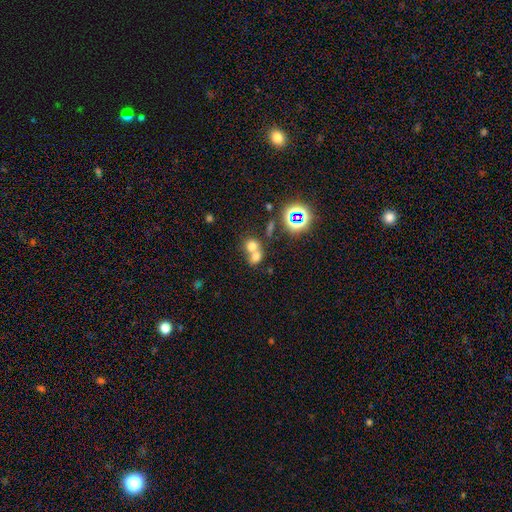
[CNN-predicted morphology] A smooth galaxy with no disk features (65%) that is round (63%).

Vote fractions:
- Smooth or featured? smooth: 65% / star or artifact: 21% / featured or disk: 14%
- How rounded? round: 63% / in between: 36% / cigar-shaped: 1%
- Merging? merger: 61% / none: 30% / minor disturbance: 6% / major disturbance: 4%